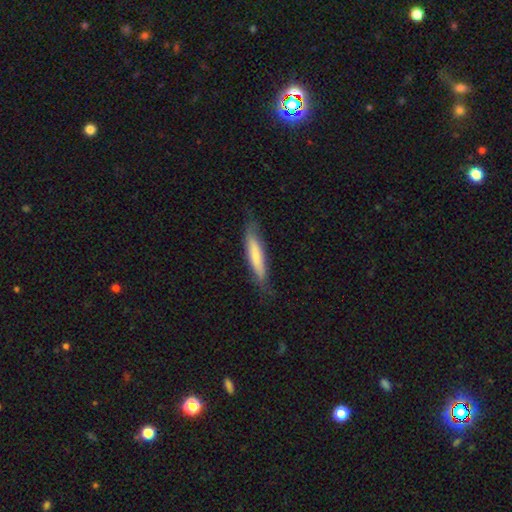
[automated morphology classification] smooth-or-featured: smooth: 68% | featured or disk: 26% | star or artifact: 6%
  how-rounded: cigar-shaped: 88% | in between: 11% | round: 1%
  merging: none: 76% | minor disturbance: 19% | major disturbance: 4% | merger: 1%